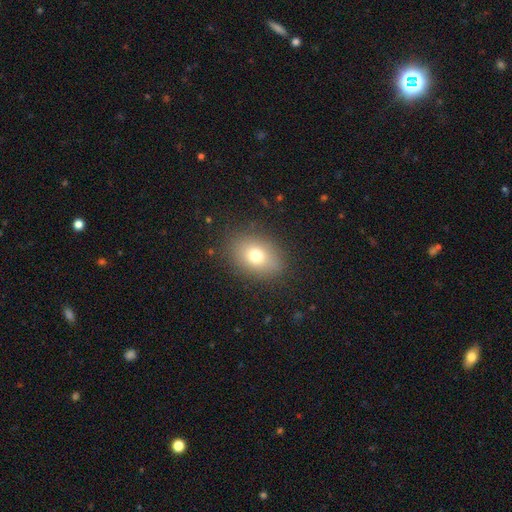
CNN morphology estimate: Overall: smooth (74%). How rounded: in between (70%). Merging: none (84%).